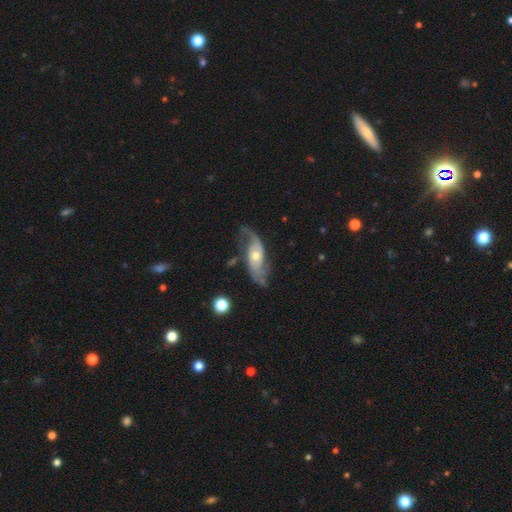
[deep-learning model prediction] featured or disk 84%, smooth 11%, star or artifact 5%. Down the decision tree: edge-on disk — no (91%); bar — no (65%); spiral arms — yes (94%); spiral arm count — 2 (82%); spiral winding — loose (53%); bulge size — moderate (58%); merging — none (59%).